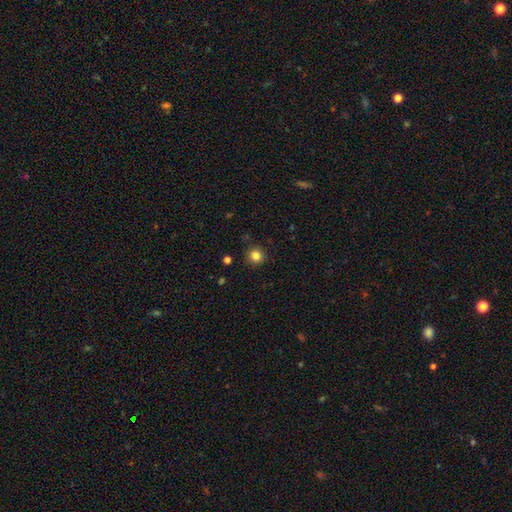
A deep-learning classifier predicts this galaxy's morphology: Smooth or featured? smooth (83%)
How rounded? round (93%)
Merging? none (91%)